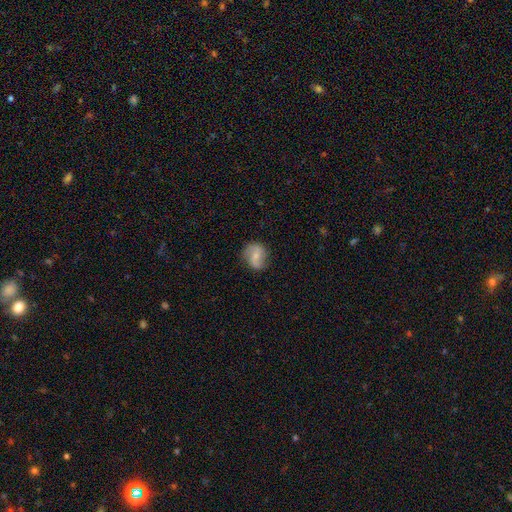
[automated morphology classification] smooth_or_featured: featured or disk (p=0.46) [tied with: smooth p=0.46]
merging: none (p=0.71) [alt: minor disturbance p=0.20]